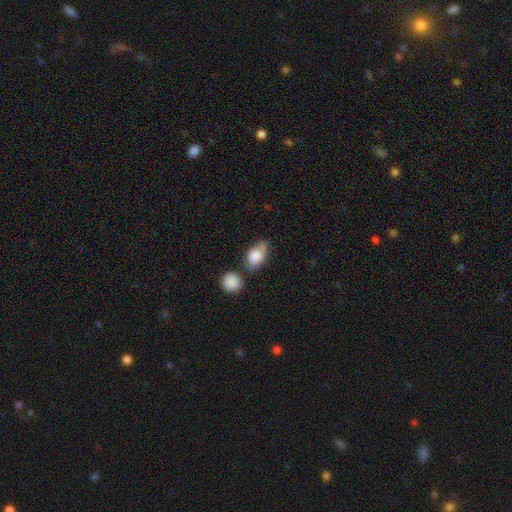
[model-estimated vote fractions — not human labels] smooth_or_featured: smooth (p=0.81) [alt: featured or disk p=0.11]
how_rounded: in between (p=0.78) [alt: round p=0.19]
merging: none (p=0.37) [alt: minor disturbance p=0.27]